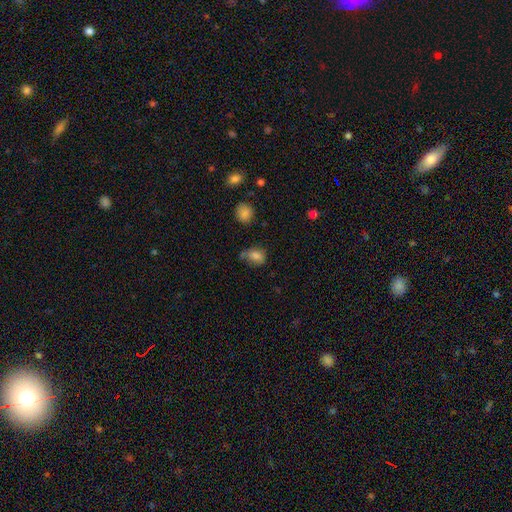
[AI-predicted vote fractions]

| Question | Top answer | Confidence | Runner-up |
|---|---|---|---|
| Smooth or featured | smooth | 81% | star or artifact (11%) |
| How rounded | in between | 69% | round (29%) |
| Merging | none | 52% | minor disturbance (30%) |